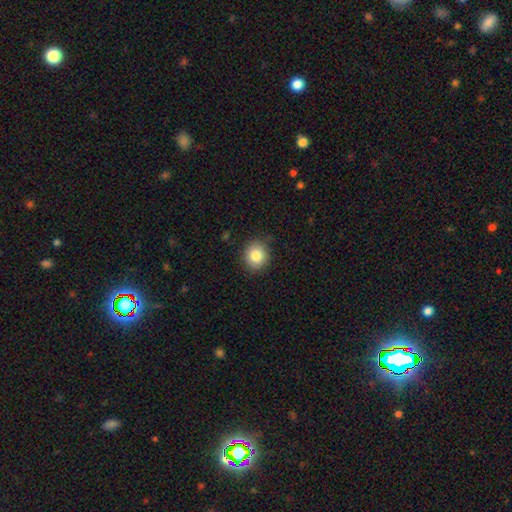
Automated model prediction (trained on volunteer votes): The model was most divided on "how rounded": round: 82%, in between: 17%, cigar-shaped: 1%. More confident: merging — none (86%); smooth or featured — smooth (82%).